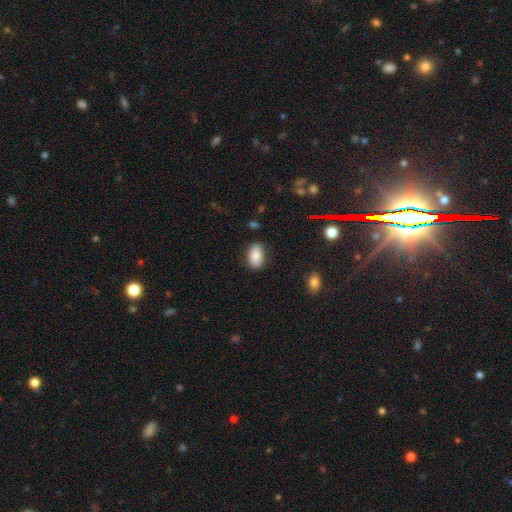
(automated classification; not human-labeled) A smooth galaxy with no disk features (82%) that is in between round and cigar-shaped (90%).

Vote fractions:
- Smooth or featured? smooth: 82% / featured or disk: 10% / star or artifact: 8%
- How rounded? in between: 90% / round: 7% / cigar-shaped: 3%
- Merging? none: 82% / minor disturbance: 13% / major disturbance: 3% / merger: 2%